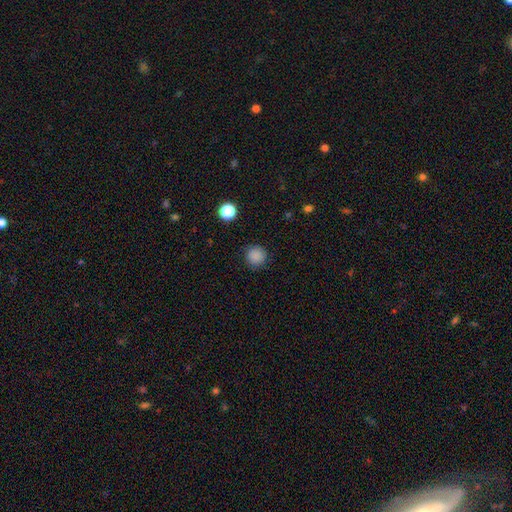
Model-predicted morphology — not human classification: smooth_or_featured: smooth (p=0.86) [alt: star or artifact p=0.11]
how_rounded: round (p=0.95) [alt: in between p=0.04]
merging: none (p=0.89) [alt: minor disturbance p=0.07]